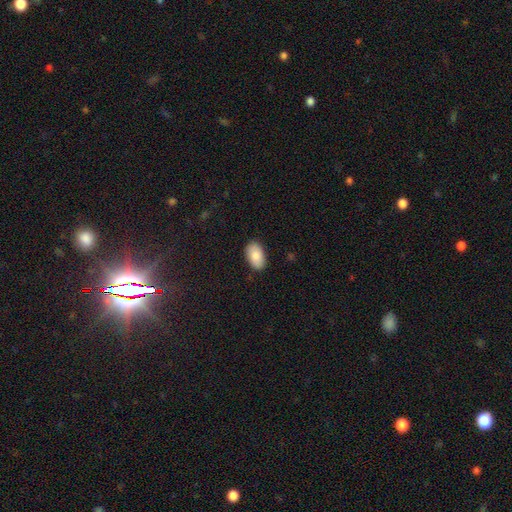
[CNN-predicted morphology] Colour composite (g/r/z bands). It shows a smooth galaxy with no disk features (86%) that is in between round and cigar-shaped (94%). Merging: none (87%).